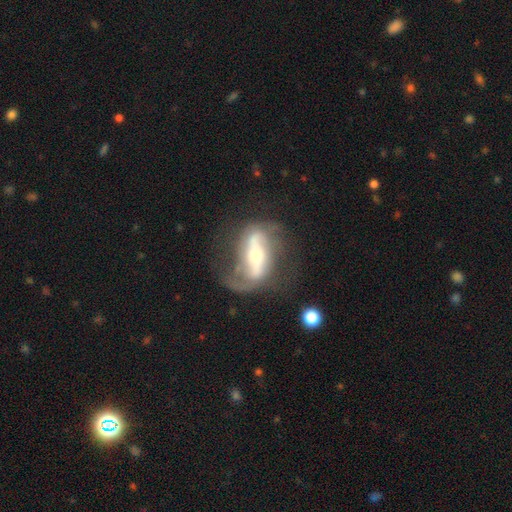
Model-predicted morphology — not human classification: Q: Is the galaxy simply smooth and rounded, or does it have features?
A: featured or disk — 82%.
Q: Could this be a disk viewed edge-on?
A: no — 88%.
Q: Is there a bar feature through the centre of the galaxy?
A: strong — 66%.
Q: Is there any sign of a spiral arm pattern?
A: yes — 81%.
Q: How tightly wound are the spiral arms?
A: loose — 48%.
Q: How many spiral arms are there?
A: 2 — 83%.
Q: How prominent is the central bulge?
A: moderate — 54%.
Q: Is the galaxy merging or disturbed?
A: none — 55%.